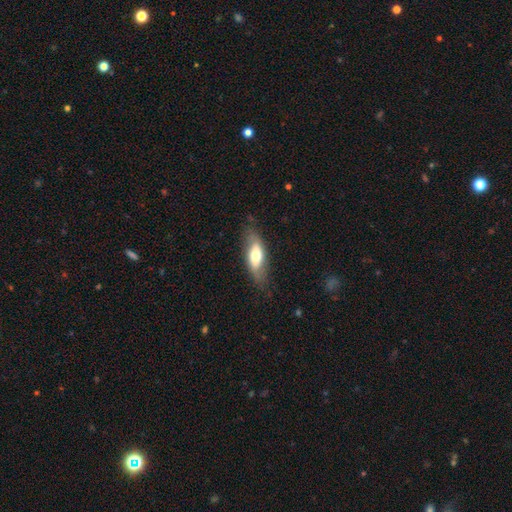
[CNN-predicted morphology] This appears to be a smooth galaxy with no disk features (57%) that is in between round and cigar-shaped (73%). Merging: none (74%).